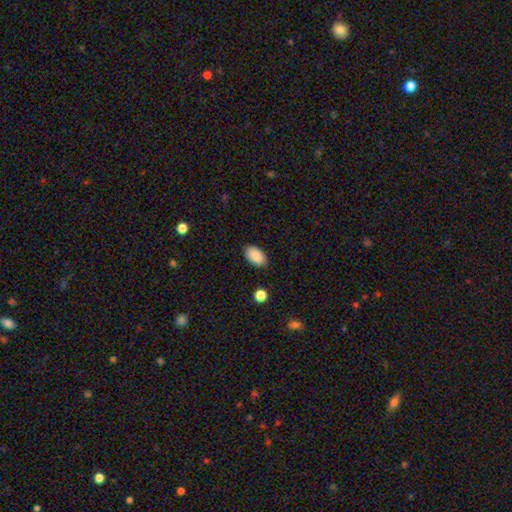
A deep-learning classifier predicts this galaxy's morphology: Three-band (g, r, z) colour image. It shows a smooth galaxy with no disk features (89%) that is in between round and cigar-shaped (94%). Merging: none (86%).